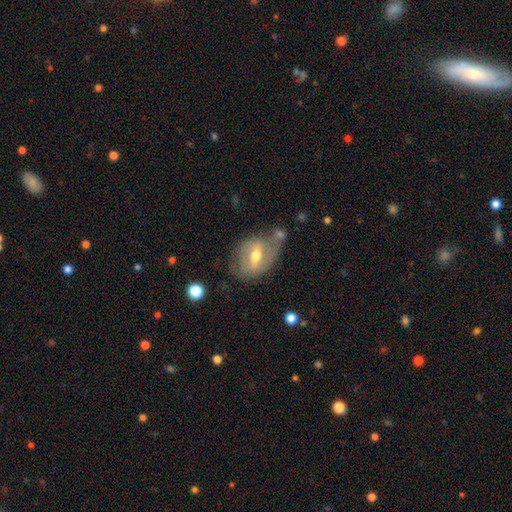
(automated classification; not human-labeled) smooth_or_featured: featured or disk (p=0.61) [alt: smooth p=0.31]
disk_edge_on: no (p=0.91) [alt: yes p=0.09]
bar: weak (p=0.43) [alt: strong p=0.41]
has_spiral_arms: yes (p=0.55) [alt: no p=0.45]
bulge_size: moderate (p=0.68) [alt: small p=0.25]
merging: none (p=0.46) [alt: minor disturbance p=0.27]